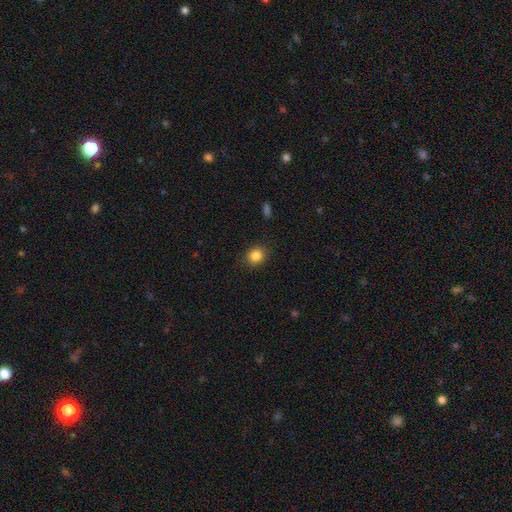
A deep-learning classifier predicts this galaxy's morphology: Smooth or featured? smooth (85%)
How rounded? round (69%)
Merging? none (88%)